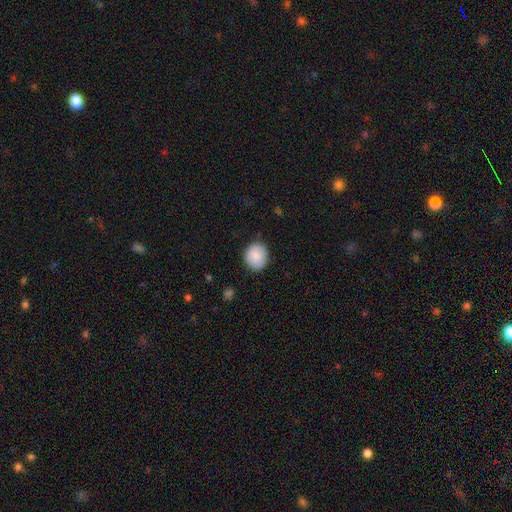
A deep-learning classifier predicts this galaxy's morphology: Overall: smooth (88%). How rounded: round (81%). Merging: none (85%).